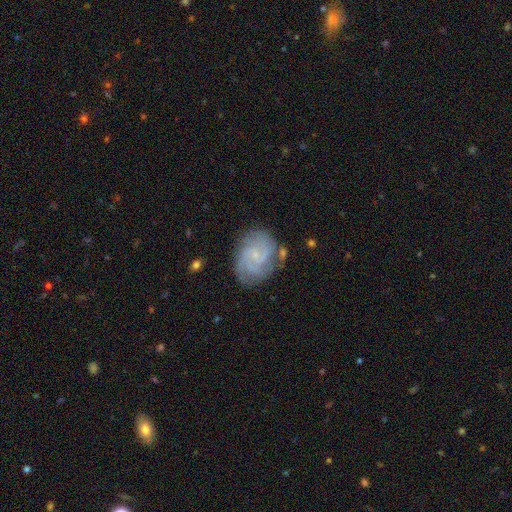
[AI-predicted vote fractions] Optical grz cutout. It shows a featured or disk galaxy (79%) with no bar (60%), 2 (28%) tight (49%) spiral arms (95%) and a small central bulge (78%). Merging: none (71%).